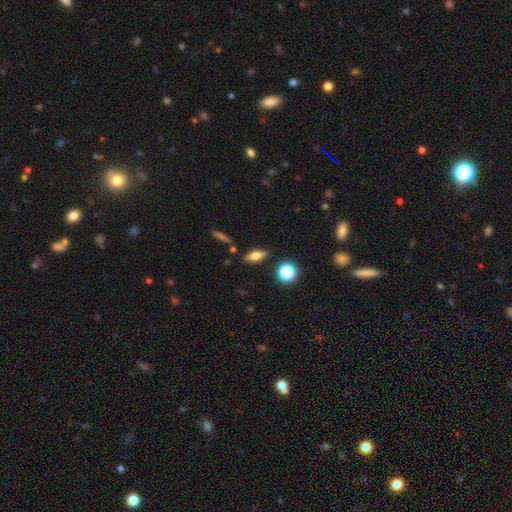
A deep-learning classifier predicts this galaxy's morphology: Smooth or featured?
  - smooth: 69% *
  - featured or disk: 19%
  - star or artifact: 12%
How rounded?
  - in between: 73% *
  - cigar-shaped: 18%
  - round: 9%
Merging?
  - none: 84% *
  - minor disturbance: 10%
  - merger: 4%
  - major disturbance: 3%